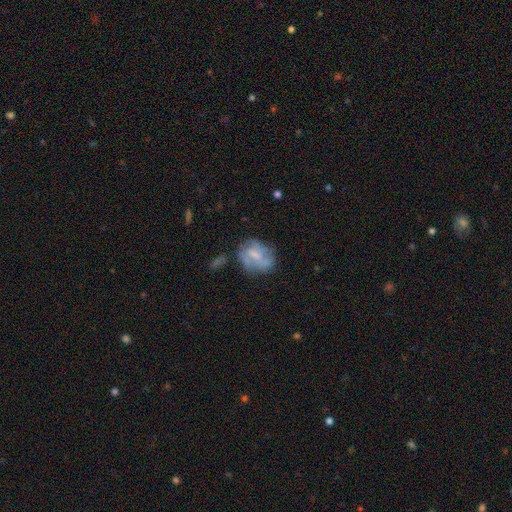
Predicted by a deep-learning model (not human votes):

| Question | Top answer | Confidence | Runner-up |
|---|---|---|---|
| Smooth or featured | featured or disk | 51% | smooth (40%) |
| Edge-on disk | no | 96% | yes (4%) |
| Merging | none | 49% | minor disturbance (26%) |